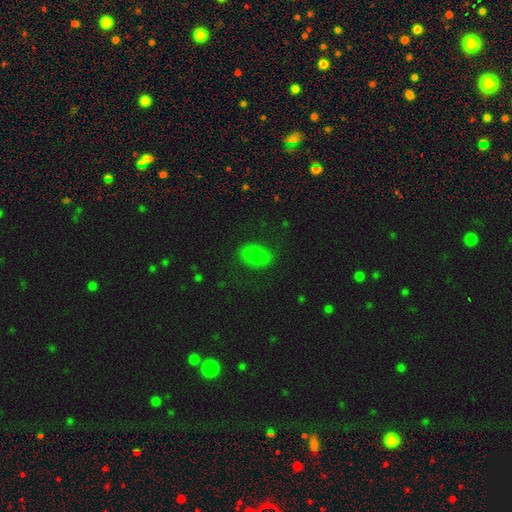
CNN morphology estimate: Smooth or featured?
  - smooth: 74% *
  - featured or disk: 14%
  - star or artifact: 12%
How rounded?
  - in between: 79% *
  - round: 19%
  - cigar-shaped: 1%
Merging?
  - none: 81% *
  - minor disturbance: 14%
  - major disturbance: 4%
  - merger: 1%